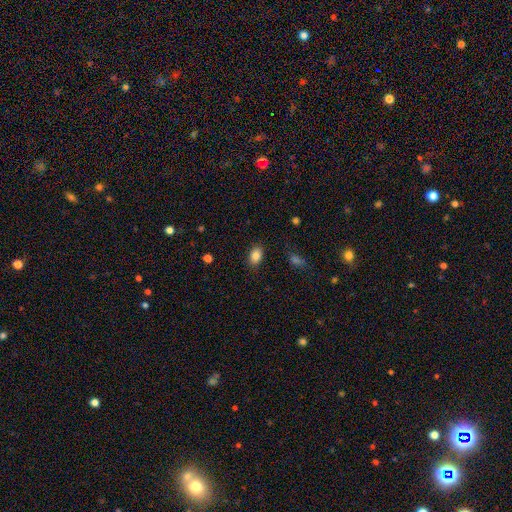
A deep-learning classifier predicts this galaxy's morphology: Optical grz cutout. It shows a smooth galaxy with no disk features (84%) that is in between round and cigar-shaped (82%). Merging: none (86%).